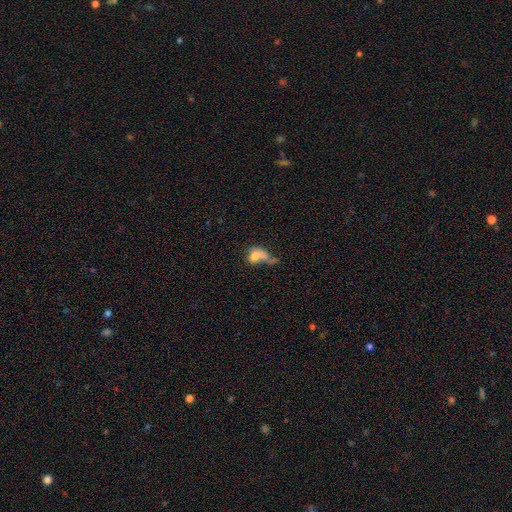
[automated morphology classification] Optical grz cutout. It shows a smooth galaxy with no disk features (68%) that is in between round and cigar-shaped (57%). Merging: merger (37%).